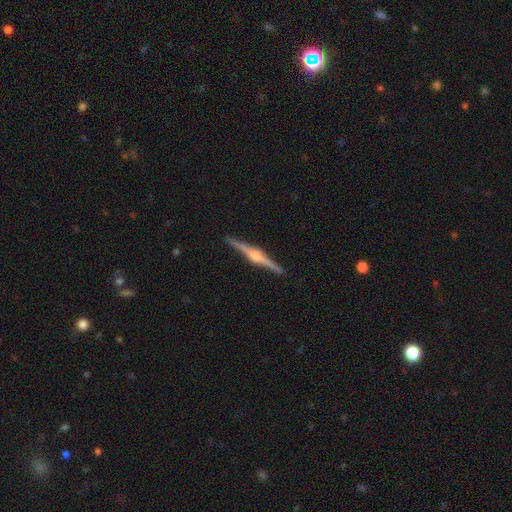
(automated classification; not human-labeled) Morphology: type=featured or disk (86%); edge-on=yes (99%); edge-on bulge=rounded (86%); merging=none (92%).